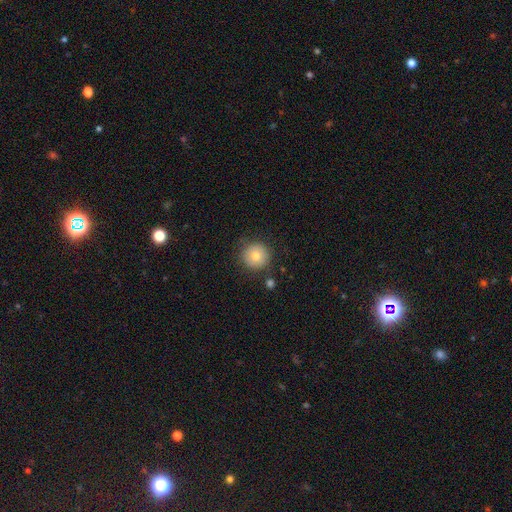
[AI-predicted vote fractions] This is likely a smooth galaxy (78%). How rounded: clearly round (95%). Merging: clearly none (85%).